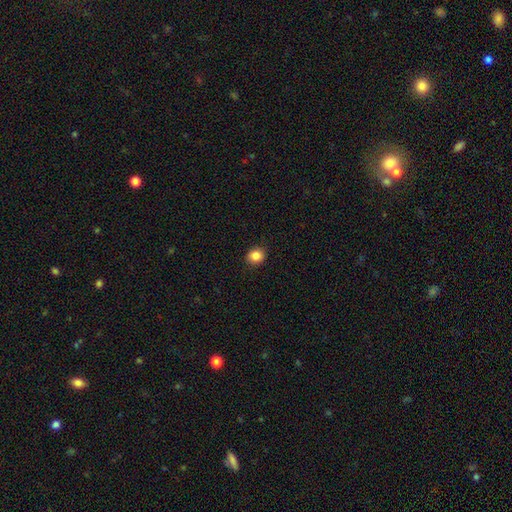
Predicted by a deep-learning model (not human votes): This is clearly a smooth galaxy (86%). How rounded: likely round (71%). Merging: clearly none (89%).